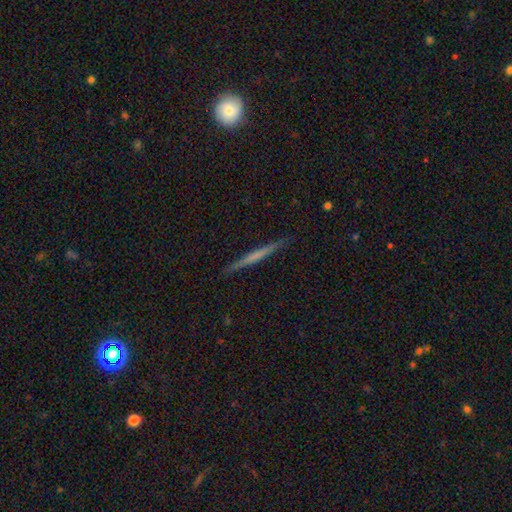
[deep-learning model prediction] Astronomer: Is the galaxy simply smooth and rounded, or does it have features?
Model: featured or disk — 53% (runner-up: smooth, 41%).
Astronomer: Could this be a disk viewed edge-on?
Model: yes — 98%.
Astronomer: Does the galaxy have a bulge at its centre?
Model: none — 78%.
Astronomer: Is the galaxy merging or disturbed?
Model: none — 91%.